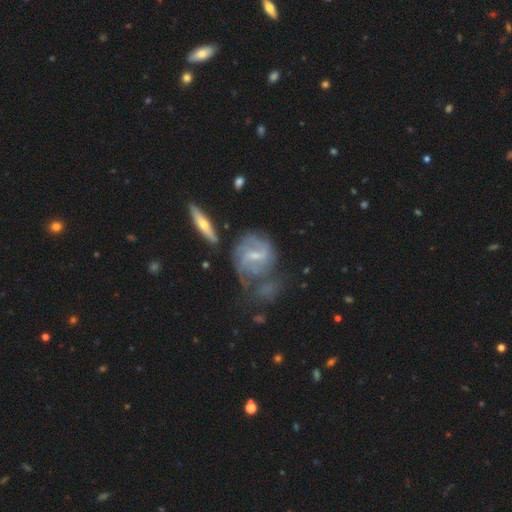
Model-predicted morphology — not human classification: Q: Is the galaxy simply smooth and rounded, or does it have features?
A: featured or disk — 79%.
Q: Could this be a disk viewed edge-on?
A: no — 94%.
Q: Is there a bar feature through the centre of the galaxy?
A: weak — 54%.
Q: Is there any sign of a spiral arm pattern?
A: yes — 88%.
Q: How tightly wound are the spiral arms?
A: medium — 43%.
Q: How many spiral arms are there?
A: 2 — 43%.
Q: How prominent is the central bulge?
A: small — 58%.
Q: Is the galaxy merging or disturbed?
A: none — 47%.